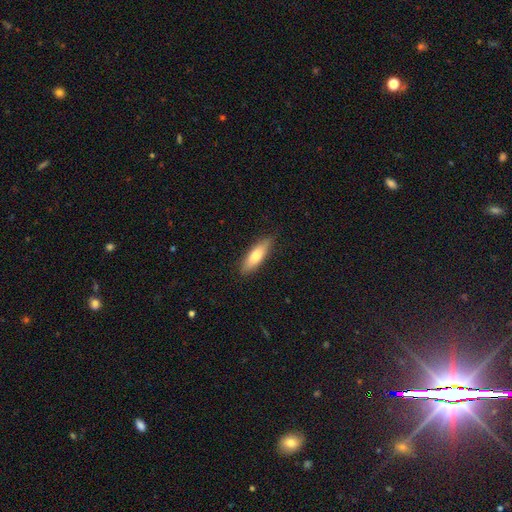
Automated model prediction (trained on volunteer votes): Q: Smooth or featured?
A: smooth (69%); runner-up: featured or disk (25%)
Q: How rounded?
A: cigar-shaped (57%); runner-up: in between (41%)
Q: Merging?
A: none (86%); runner-up: minor disturbance (11%)